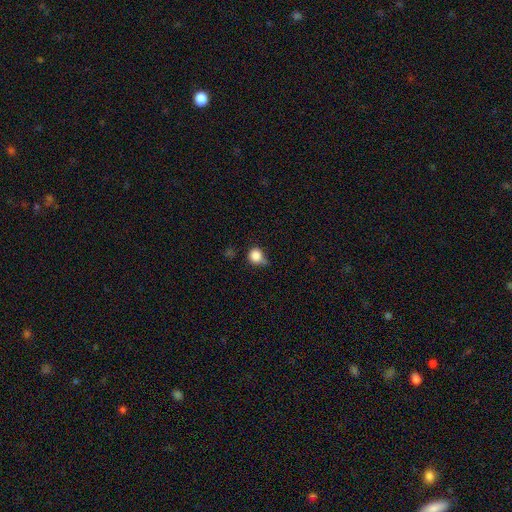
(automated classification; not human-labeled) Smooth or featured? smooth (84%)
How rounded? round (85%)
Merging? none (50%)